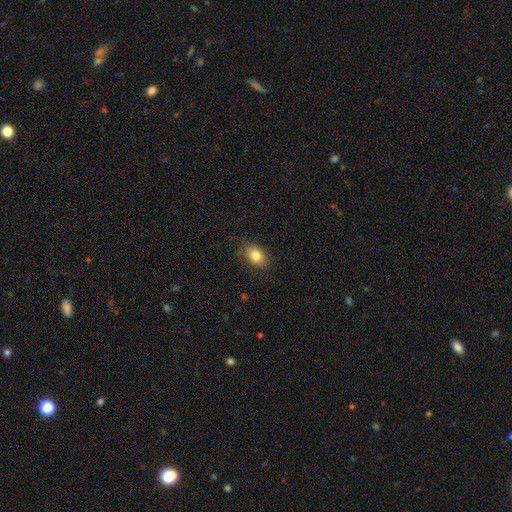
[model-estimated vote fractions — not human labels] The model was most divided on "how rounded": in between: 78%, round: 21%, cigar-shaped: 1%. More confident: merging — none (82%); smooth or featured — smooth (82%).